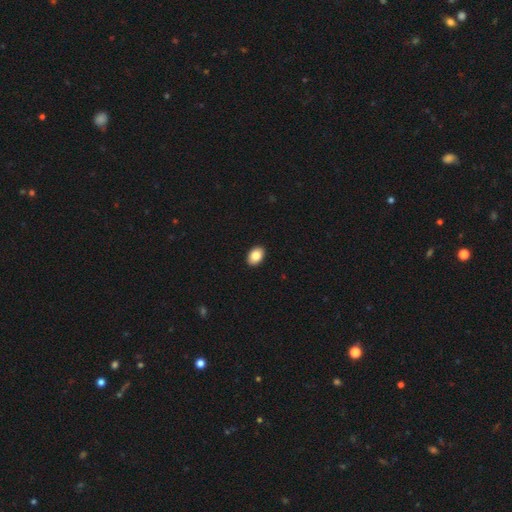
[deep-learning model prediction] Smooth or featured?
  - smooth: 85% *
  - star or artifact: 7%
  - featured or disk: 7%
How rounded?
  - in between: 84% *
  - round: 15%
  - cigar-shaped: 1%
Merging?
  - none: 92% *
  - minor disturbance: 6%
  - major disturbance: 1%
  - merger: 1%